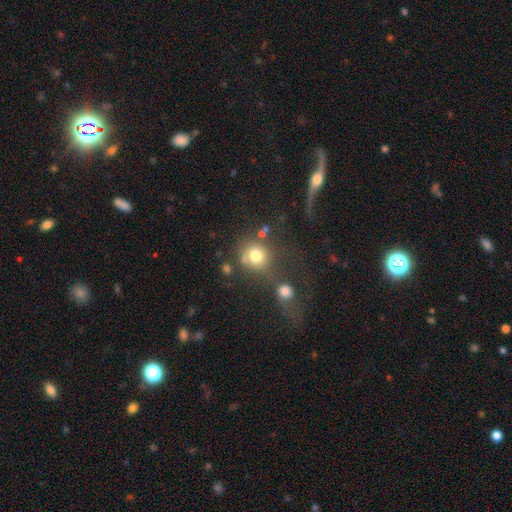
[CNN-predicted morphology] smooth 75%, star or artifact 14%, featured or disk 11%. Down the decision tree: how rounded — round (87%); merging — none (55%).